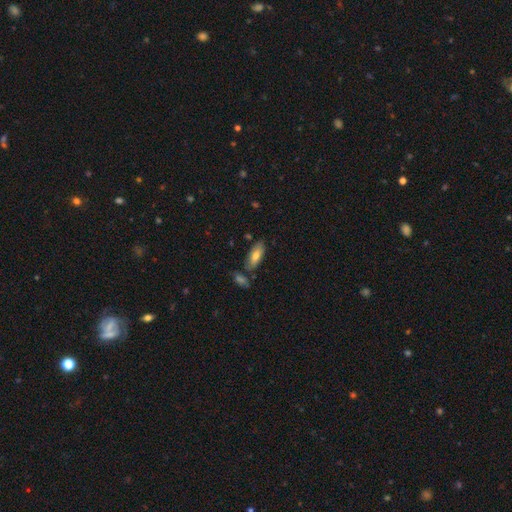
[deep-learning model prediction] This is likely a smooth galaxy (75%). How rounded: clearly in between (81%). Merging: likely none (73%).